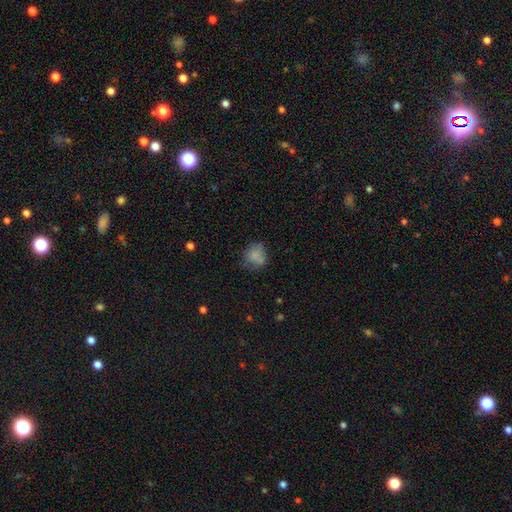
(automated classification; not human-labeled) The model was most divided on "merging": none: 54%, minor disturbance: 25%, major disturbance: 12%, merger: 9%. More confident: how rounded — round (72%); smooth or featured — smooth (71%).